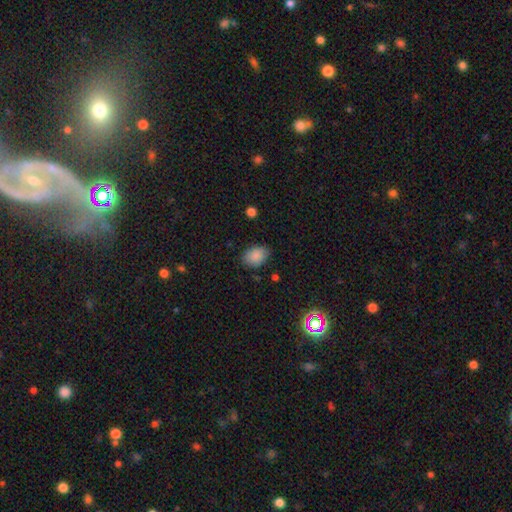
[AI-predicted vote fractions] smooth 87%, star or artifact 8%, featured or disk 5%. Down the decision tree: how rounded — in between (78%); merging — none (79%).